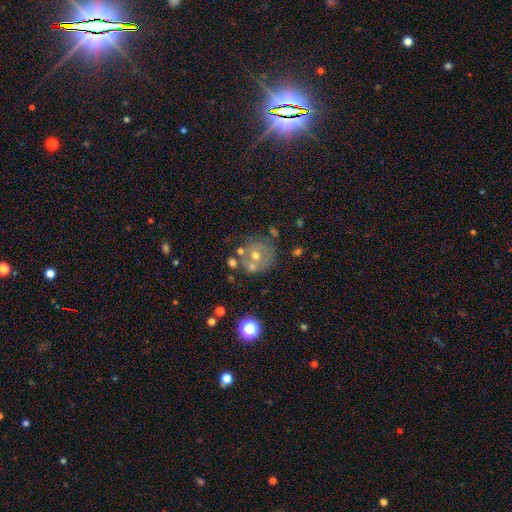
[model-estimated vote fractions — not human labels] smooth-or-featured: smooth: 42% | featured or disk: 41% | star or artifact: 17%
  merging: none: 57% | merger: 20% | minor disturbance: 16% | major disturbance: 8%